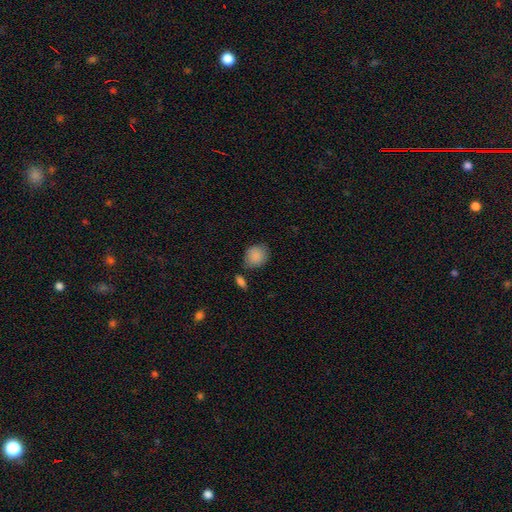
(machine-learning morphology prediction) The model was most divided on "how rounded": round: 60%, in between: 39%, cigar-shaped: 1%. More confident: smooth or featured — smooth (88%); merging — none (70%).